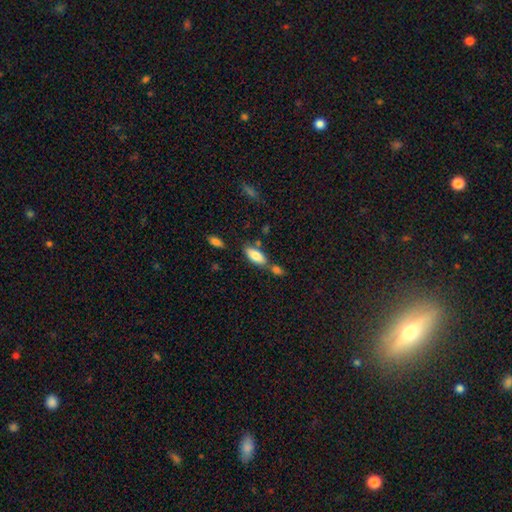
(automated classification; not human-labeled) This appears to be a smooth galaxy with no disk features (80%) that is in between round and cigar-shaped (81%). Merging: none (58%).